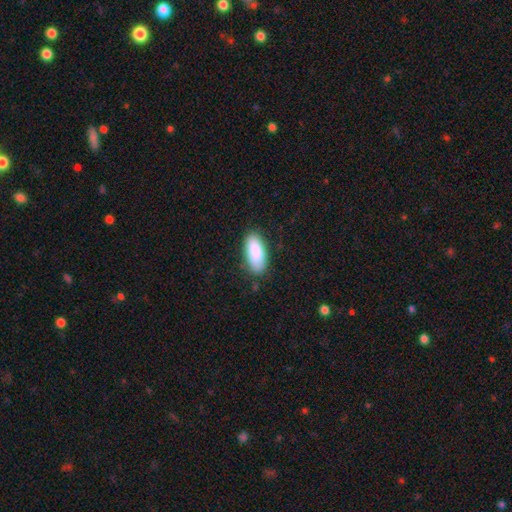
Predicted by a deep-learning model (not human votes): smooth-or-featured: smooth: 89% | star or artifact: 6% | featured or disk: 5%
  how-rounded: in between: 86% | cigar-shaped: 12% | round: 2%
  merging: none: 84% | minor disturbance: 13% | major disturbance: 3% | merger: 1%